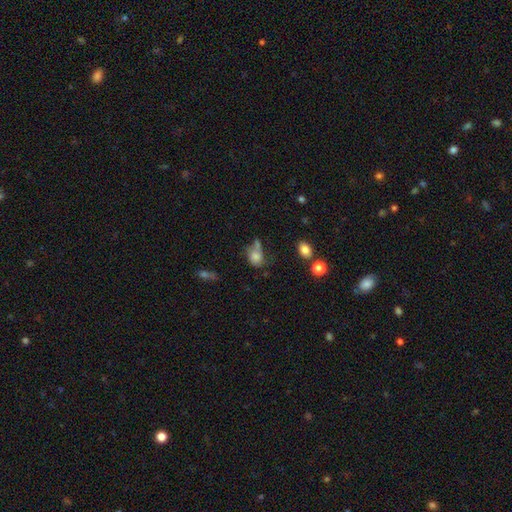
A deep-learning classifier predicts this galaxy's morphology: The model was most divided on "merging": none: 38%, minor disturbance: 25%, merger: 20%, major disturbance: 16%. More confident: smooth or featured — smooth (75%); how rounded — in between (58%).